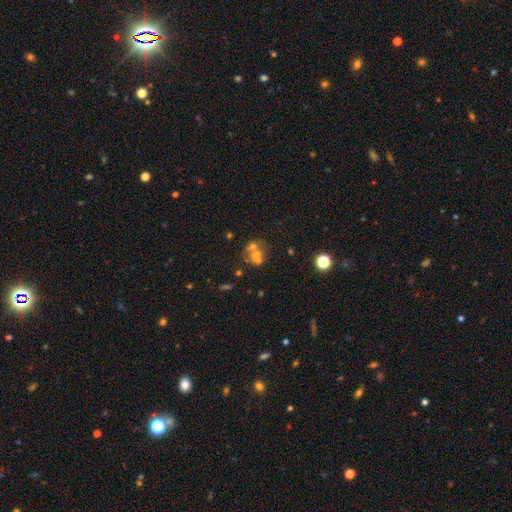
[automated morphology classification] A smooth galaxy with no disk features (44%).

Vote fractions:
- Smooth or featured? smooth: 44% / featured or disk: 34% / star or artifact: 22%
- Merging? merger: 46% / none: 33% / major disturbance: 10% / minor disturbance: 10%